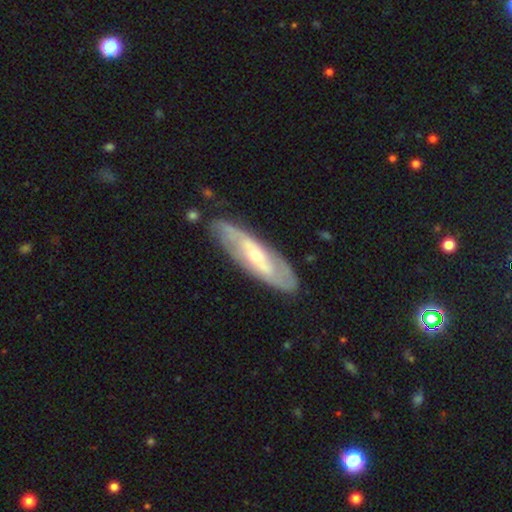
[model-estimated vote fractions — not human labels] Q: Smooth or featured?
A: featured or disk (73%); runner-up: smooth (22%)
Q: Edge-on disk?
A: no (77%); runner-up: yes (23%)
Q: Bar?
A: no (42%); runner-up: weak (37%)
Q: Spiral arms?
A: yes (80%); runner-up: no (20%)
Q: Bulge size?
A: small (50%); runner-up: moderate (45%)
Q: Merging?
A: none (78%); runner-up: minor disturbance (16%)